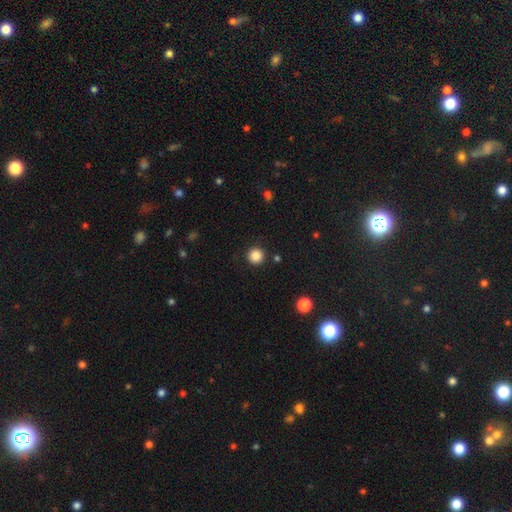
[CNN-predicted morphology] The model was most divided on "smooth or featured": smooth: 85%, star or artifact: 11%, featured or disk: 3%. More confident: how rounded — round (95%); merging — none (91%).